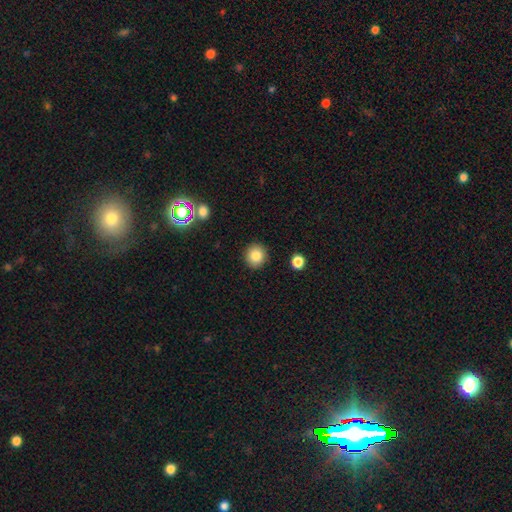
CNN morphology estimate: Smooth or featured?
  - smooth: 84% *
  - star or artifact: 10%
  - featured or disk: 6%
How rounded?
  - round: 91% *
  - in between: 8%
  - cigar-shaped: 1%
Merging?
  - none: 91% *
  - minor disturbance: 6%
  - major disturbance: 2%
  - merger: 1%